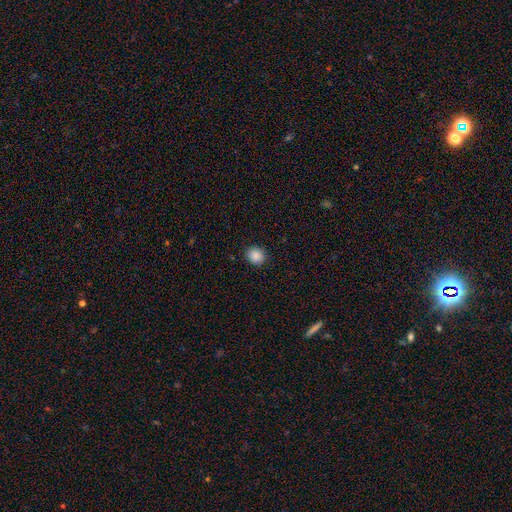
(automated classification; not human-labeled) The model was most divided on "how rounded": round: 72%, in between: 27%, cigar-shaped: 1%. More confident: merging — none (90%); smooth or featured — smooth (88%).